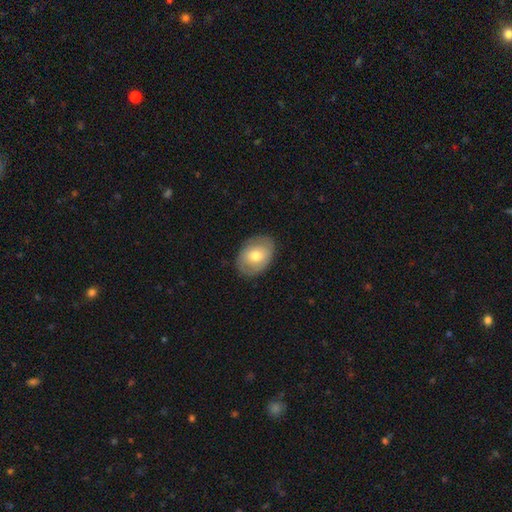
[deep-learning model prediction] smooth_or_featured: smooth (p=0.65) [alt: featured or disk p=0.29]
how_rounded: in between (p=0.77) [alt: round p=0.22]
merging: none (p=0.83) [alt: minor disturbance p=0.13]